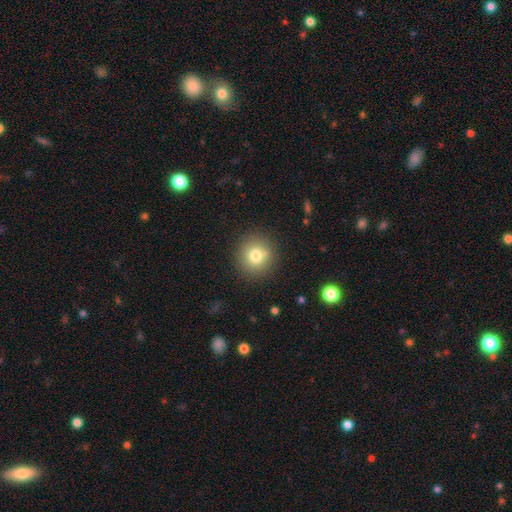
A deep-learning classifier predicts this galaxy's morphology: A smooth galaxy with no disk features (76%) that is round (92%).

Vote fractions:
- Smooth or featured? smooth: 76% / star or artifact: 12% / featured or disk: 12%
- How rounded? round: 92% / in between: 7% / cigar-shaped: 1%
- Merging? none: 85% / minor disturbance: 9% / merger: 3% / major disturbance: 3%